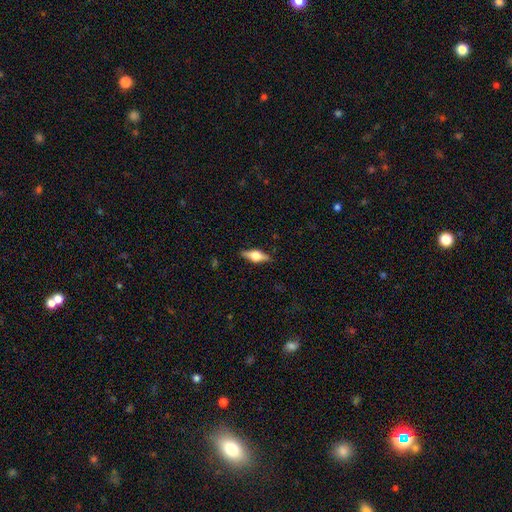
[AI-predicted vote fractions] featured or disk 54%, smooth 39%, star or artifact 6%. Down the decision tree: edge-on disk — yes (94%); edge-on bulge — rounded (92%); merging — none (86%).